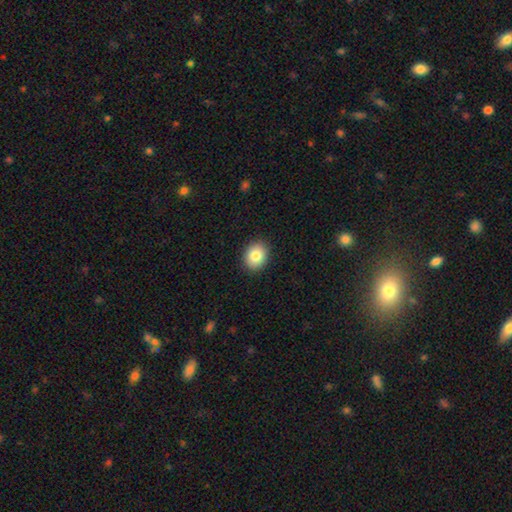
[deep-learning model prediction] smooth-or-featured: smooth: 83% | featured or disk: 9% | star or artifact: 8%
  how-rounded: round: 55% | in between: 44% | cigar-shaped: 1%
  merging: none: 90% | minor disturbance: 7% | major disturbance: 2% | merger: 1%